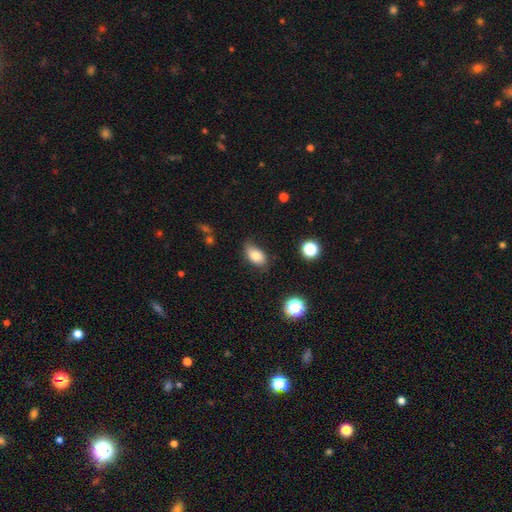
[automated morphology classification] Smooth or featured: smooth — 79% (featured or disk — 11%)
How rounded: in between — 89% (round — 9%)
Merging: none — 69% (minor disturbance — 24%)